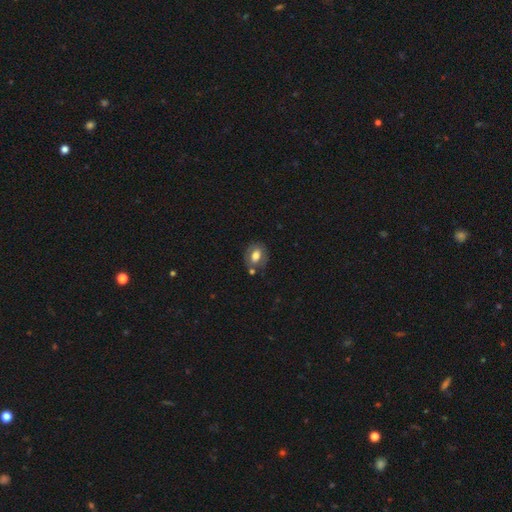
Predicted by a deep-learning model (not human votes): Overall: smooth (65%; featured or disk 26%). How rounded: in between (57%; round 41%). Merging: none (66%).